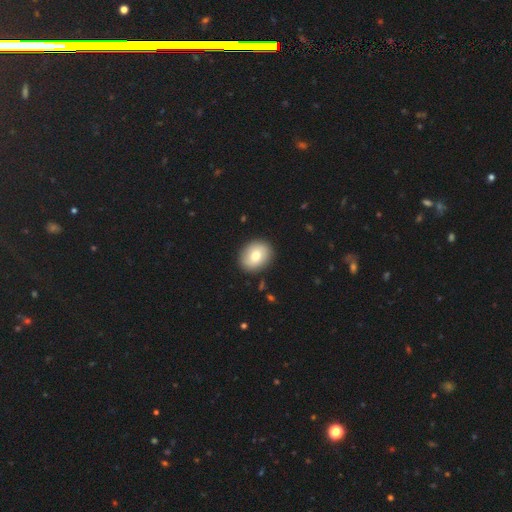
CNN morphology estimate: smooth_or_featured: smooth (p=0.76) [alt: featured or disk p=0.17]
how_rounded: round (p=0.50) [alt: in between p=0.49]
merging: none (p=0.90) [alt: minor disturbance p=0.07]